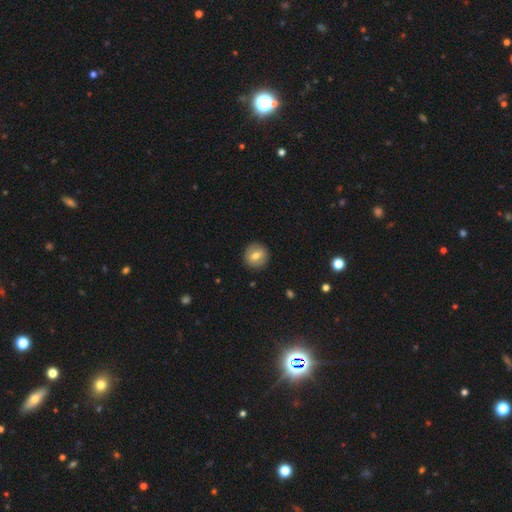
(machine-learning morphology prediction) Smooth or featured?
  - smooth: 69% *
  - featured or disk: 22%
  - star or artifact: 9%
How rounded?
  - round: 92% *
  - in between: 7%
  - cigar-shaped: 1%
Merging?
  - none: 91% *
  - minor disturbance: 6%
  - major disturbance: 2%
  - merger: 1%